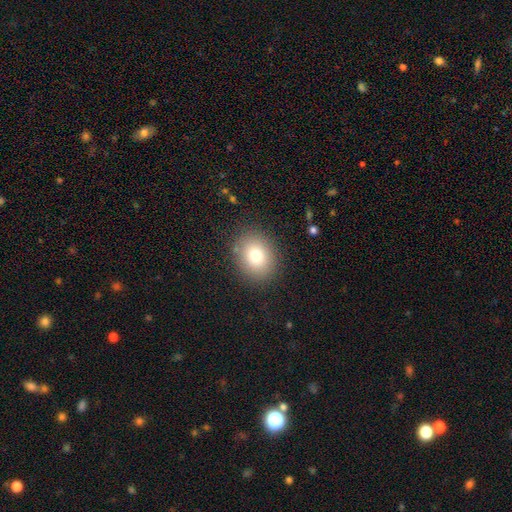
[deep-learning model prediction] A smooth galaxy with no disk features (76%) that is round (63%). Merging: none (87%).